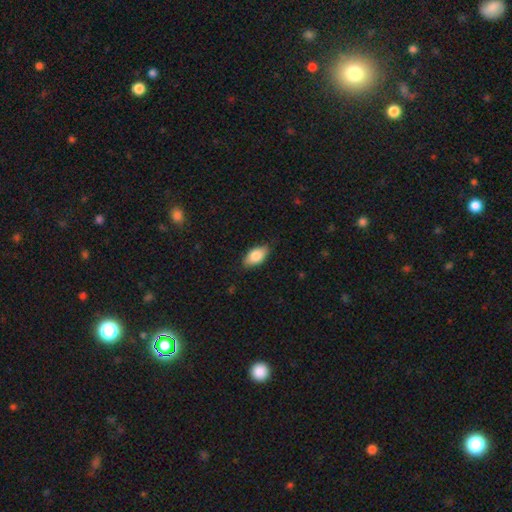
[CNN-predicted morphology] Smooth or featured?
  - smooth: 84% *
  - featured or disk: 10%
  - star or artifact: 6%
How rounded?
  - in between: 93% *
  - cigar-shaped: 4%
  - round: 3%
Merging?
  - none: 84% *
  - minor disturbance: 13%
  - major disturbance: 2%
  - merger: 1%